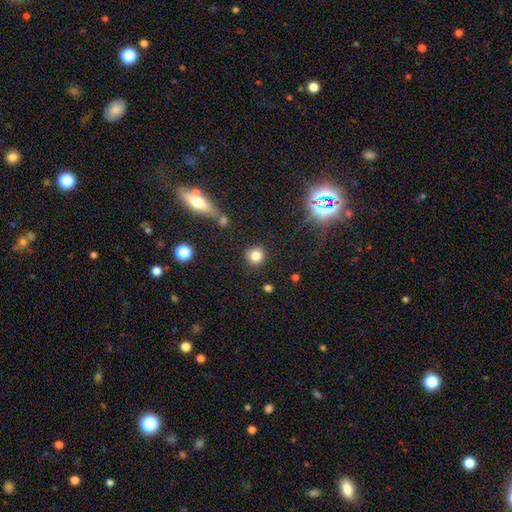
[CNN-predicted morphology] Smooth or featured? Predicted: smooth (p=0.81). How rounded? Predicted: round (p=0.91). Merging? Predicted: none (p=0.85).